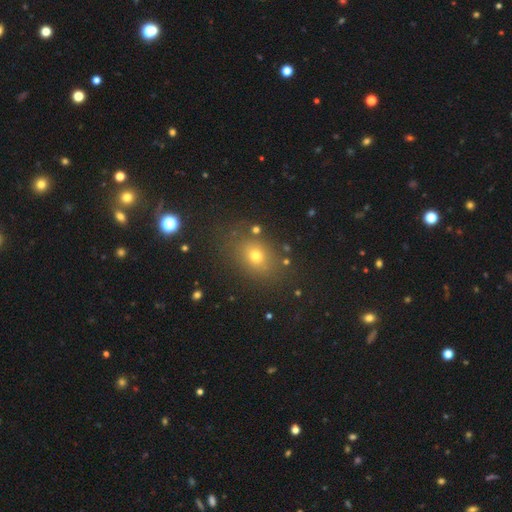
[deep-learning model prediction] Smooth or featured?
  - smooth: 68% *
  - star or artifact: 20%
  - featured or disk: 12%
How rounded?
  - in between: 55% *
  - round: 44%
  - cigar-shaped: 1%
Merging?
  - none: 80% *
  - minor disturbance: 11%
  - major disturbance: 5%
  - merger: 3%